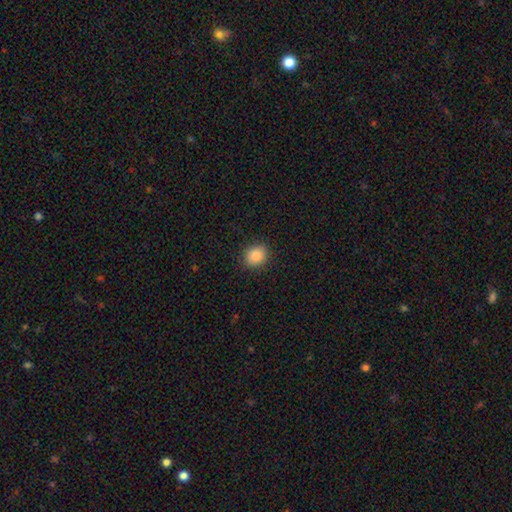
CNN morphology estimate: smooth_or_featured: smooth (p=0.88) [alt: star or artifact p=0.09]
how_rounded: round (p=0.73) [alt: in between p=0.26]
merging: none (p=0.89) [alt: minor disturbance p=0.08]